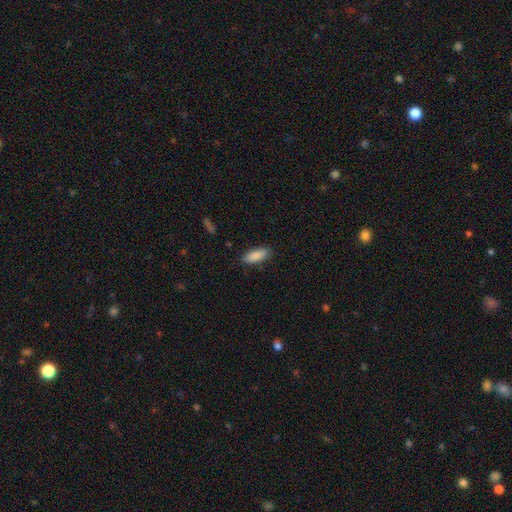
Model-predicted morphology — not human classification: smooth_or_featured: smooth (p=0.89) [alt: star or artifact p=0.06]
how_rounded: in between (p=0.71) [alt: cigar-shaped p=0.27]
merging: none (p=0.86) [alt: minor disturbance p=0.10]